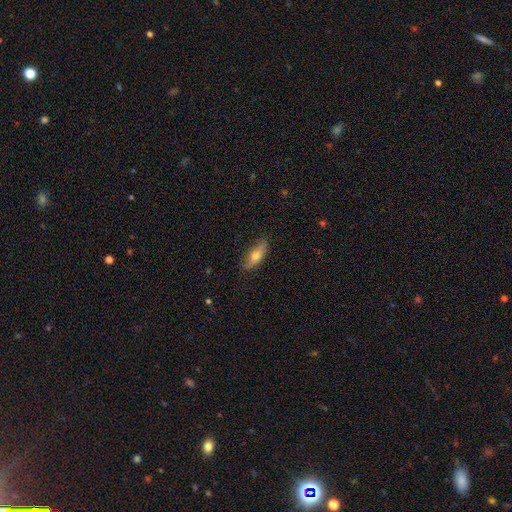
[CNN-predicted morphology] type=smooth (64%); roundness=in between (60%); merging=none (81%).